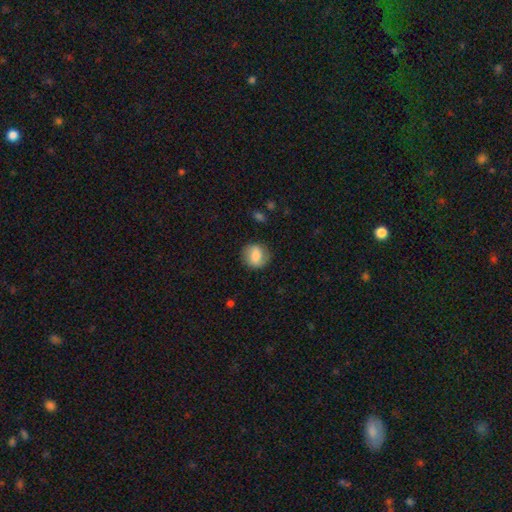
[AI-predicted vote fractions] Q: Smooth or featured?
A: smooth (74%); runner-up: featured or disk (18%)
Q: How rounded?
A: round (80%); runner-up: in between (18%)
Q: Merging?
A: none (83%); runner-up: minor disturbance (12%)